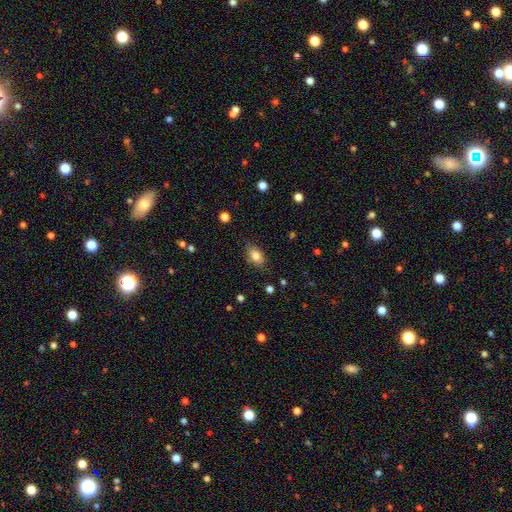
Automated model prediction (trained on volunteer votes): A smooth galaxy with no disk features (82%) that is in between round and cigar-shaped (87%). Merging: none (82%).